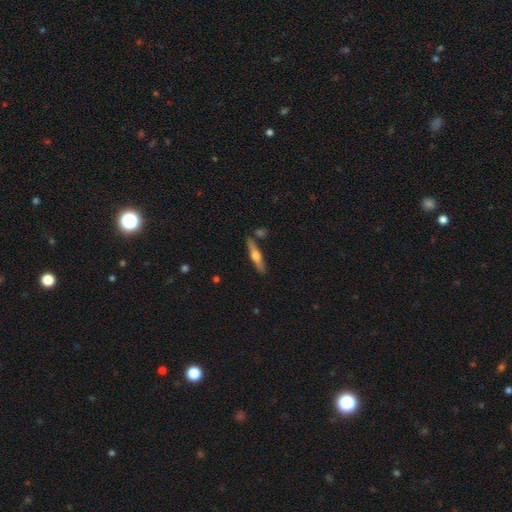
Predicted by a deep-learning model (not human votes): Smooth or featured?
  - featured or disk: 52% *
  - smooth: 43%
  - star or artifact: 5%
Edge-on disk?
  - yes: 94% *
  - no: 6%
Merging?
  - none: 84% *
  - minor disturbance: 9%
  - merger: 4%
  - major disturbance: 2%